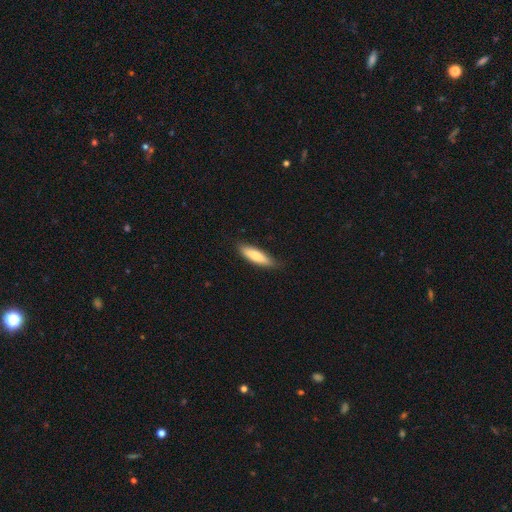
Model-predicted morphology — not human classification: This appears to be a smooth galaxy with no disk features (78%) that is cigar-shaped (63%). Merging: none (82%).